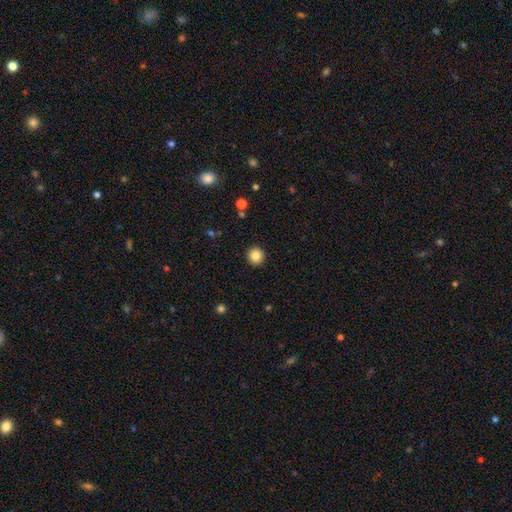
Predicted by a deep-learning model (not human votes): smooth 84%, star or artifact 10%, featured or disk 5%. Down the decision tree: how rounded — round (94%); merging — none (93%).